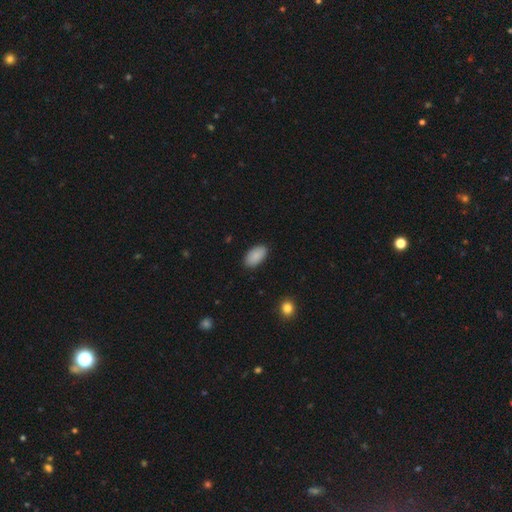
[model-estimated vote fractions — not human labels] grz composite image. It shows a smooth galaxy with no disk features (88%) that is in between round and cigar-shaped (95%). Merging: none (87%).